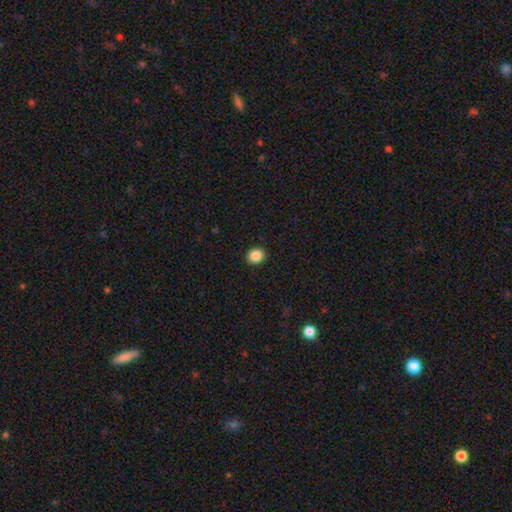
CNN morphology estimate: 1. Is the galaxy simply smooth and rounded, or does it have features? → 87% smooth, 10% star or artifact, 3% featured or disk.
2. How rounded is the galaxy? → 75% round, 24% in between, 1% cigar-shaped.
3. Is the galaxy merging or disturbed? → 92% none, 5% minor disturbance, 2% major disturbance, 1% merger.